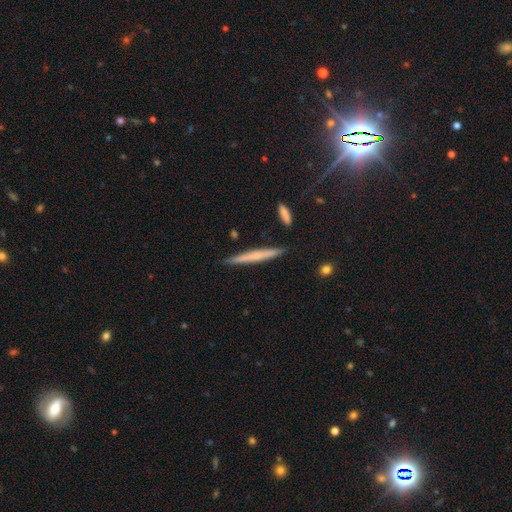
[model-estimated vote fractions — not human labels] smooth-or-featured: smooth: 53% | featured or disk: 41% | star or artifact: 7%
  how-rounded: cigar-shaped: 96% | in between: 2% | round: 1%
  merging: none: 89% | minor disturbance: 8% | merger: 2% | major disturbance: 1%